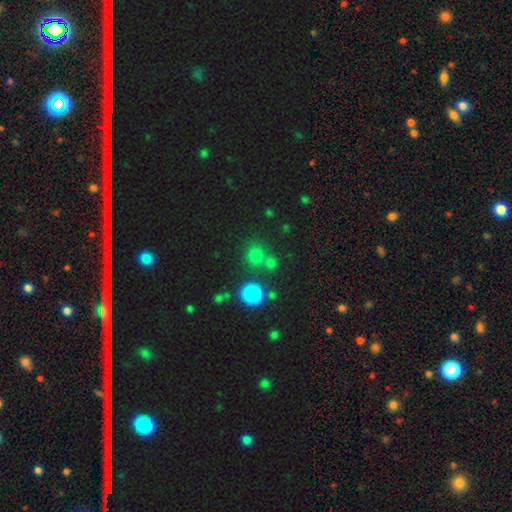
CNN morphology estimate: type=smooth (74%); roundness=round (85%); merging=none (65%).